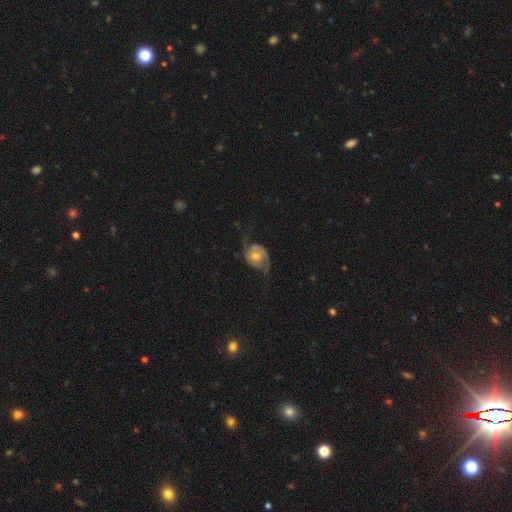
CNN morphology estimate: The model was most divided on "spiral winding": loose: 42%, medium: 37%, tight: 21%. More confident: edge-on disk — no (97%); spiral arms — yes (91%); spiral arm count — 2 (84%); smooth or featured — featured or disk (74%); bar — no (67%); bulge size — moderate (66%); merging — none (53%).